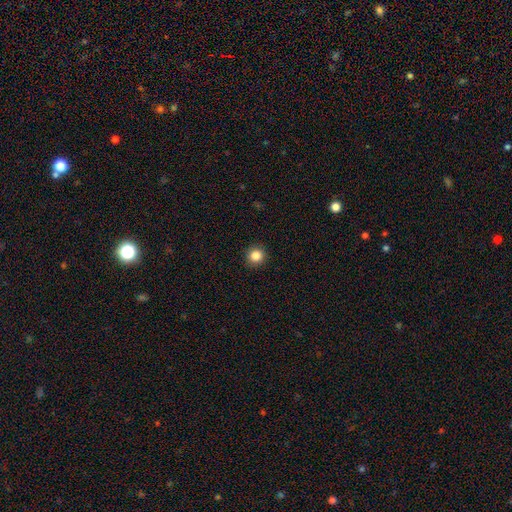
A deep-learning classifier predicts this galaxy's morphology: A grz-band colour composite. It shows a smooth galaxy with no disk features (85%) that is round (93%). Merging: none (92%).